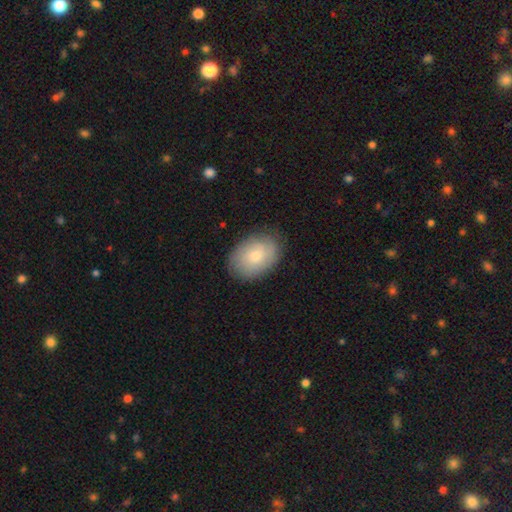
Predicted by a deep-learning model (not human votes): smooth_or_featured: smooth (p=0.64) [alt: featured or disk p=0.30]
how_rounded: in between (p=0.81) [alt: round p=0.18]
merging: none (p=0.82) [alt: minor disturbance p=0.13]